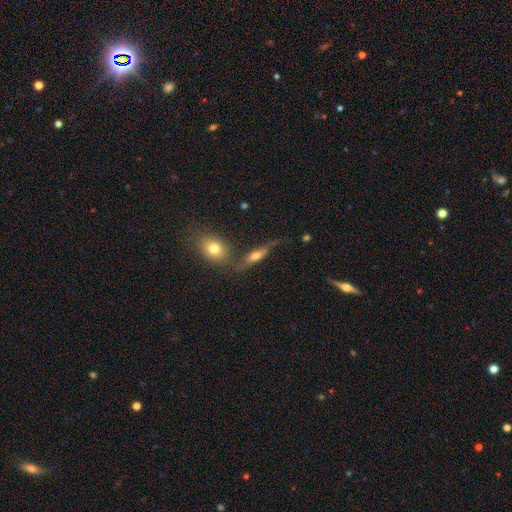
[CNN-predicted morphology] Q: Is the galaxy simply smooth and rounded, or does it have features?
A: featured or disk — 47%.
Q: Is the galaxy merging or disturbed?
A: none — 53%.